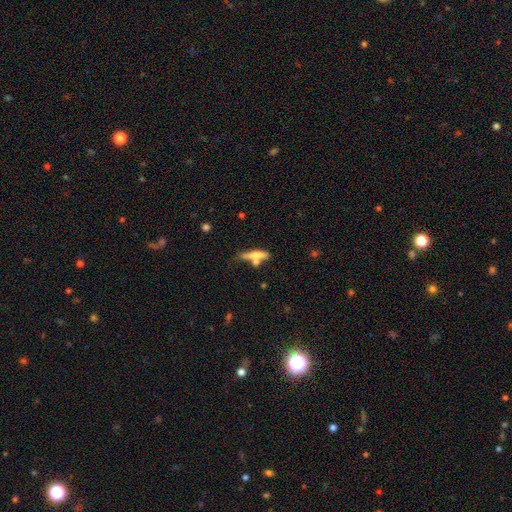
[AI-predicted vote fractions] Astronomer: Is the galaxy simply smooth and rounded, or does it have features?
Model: smooth — 52% (runner-up: featured or disk, 41%).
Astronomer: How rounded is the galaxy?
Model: cigar-shaped — 80%.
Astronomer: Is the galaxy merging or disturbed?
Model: none — 55%.